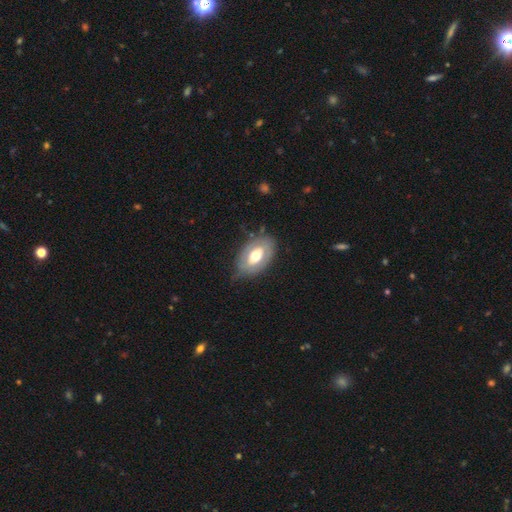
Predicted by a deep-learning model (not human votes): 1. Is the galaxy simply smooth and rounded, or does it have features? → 50% featured or disk, 44% smooth, 6% star or artifact.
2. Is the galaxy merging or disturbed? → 70% none, 22% minor disturbance, 7% major disturbance, 2% merger.